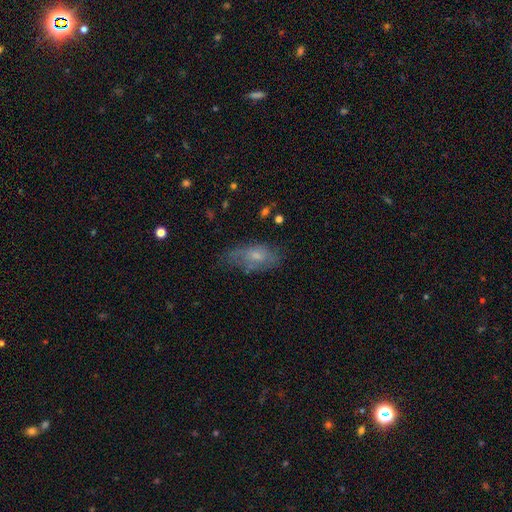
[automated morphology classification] A smooth galaxy with no disk features (57%) that is in between round and cigar-shaped (88%).

Vote fractions:
- Smooth or featured? smooth: 57% / featured or disk: 34% / star or artifact: 9%
- How rounded? in between: 88% / cigar-shaped: 7% / round: 5%
- Merging? none: 53% / minor disturbance: 30% / major disturbance: 15% / merger: 2%